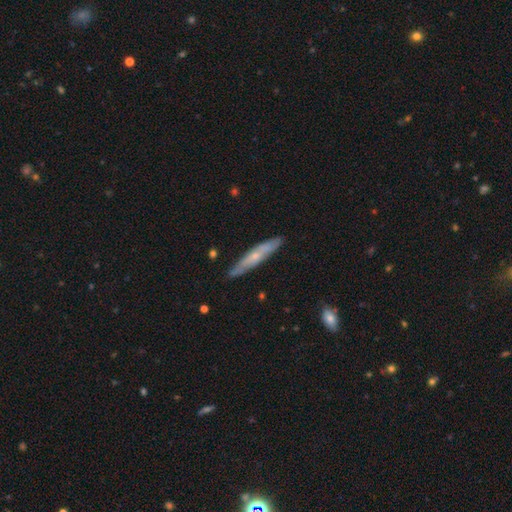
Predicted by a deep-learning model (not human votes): Smooth or featured: featured or disk — 54% (smooth — 40%)
Edge-on disk: yes — 76% (no — 24%)
Merging: none — 84% (minor disturbance — 12%)